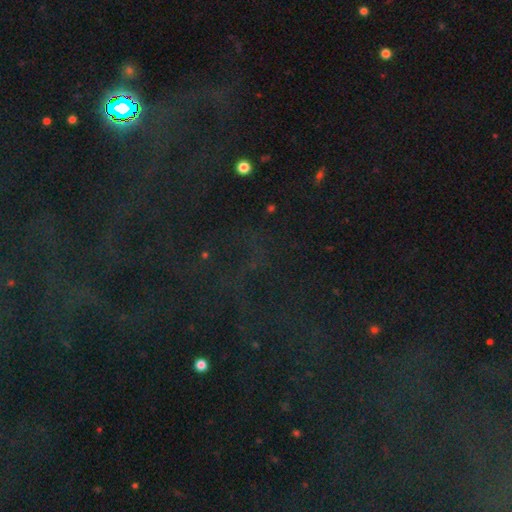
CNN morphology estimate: A star or artifact, not a galaxy (77%).